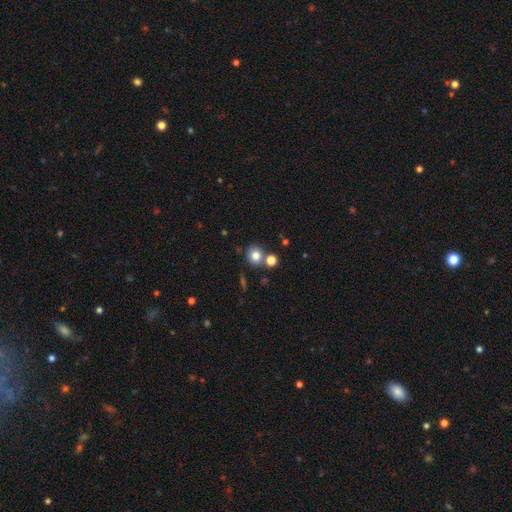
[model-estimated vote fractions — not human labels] Q: Smooth or featured?
A: smooth (79%); runner-up: star or artifact (12%)
Q: How rounded?
A: round (84%); runner-up: in between (16%)
Q: Merging?
A: none (70%); runner-up: merger (18%)